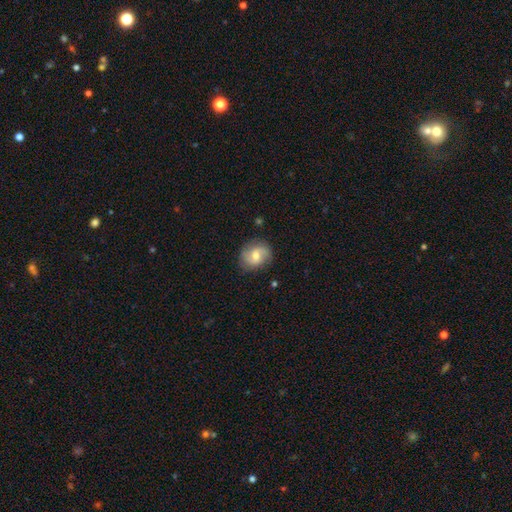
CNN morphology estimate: This appears to be a featured or disk galaxy (58%) with a weak bar (47%), spiral arms (88%) and a moderate central bulge (64%). Merging: none (80%).